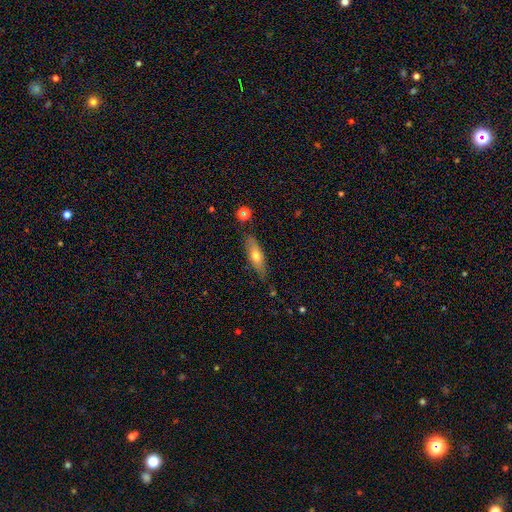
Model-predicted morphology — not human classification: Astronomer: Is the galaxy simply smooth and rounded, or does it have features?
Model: smooth — 56% (runner-up: featured or disk, 36%).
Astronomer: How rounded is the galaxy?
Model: cigar-shaped — 51% (runner-up: in between, 46%).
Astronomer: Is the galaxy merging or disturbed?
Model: none — 80%.